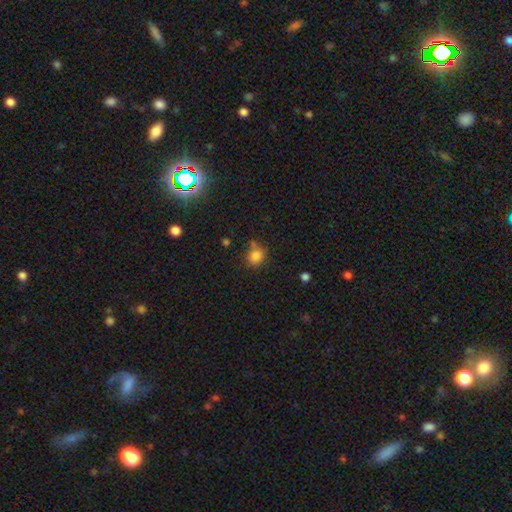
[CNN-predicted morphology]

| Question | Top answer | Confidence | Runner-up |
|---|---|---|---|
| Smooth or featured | smooth | 82% | star or artifact (12%) |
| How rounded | round | 67% | in between (32%) |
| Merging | none | 62% | minor disturbance (23%) |